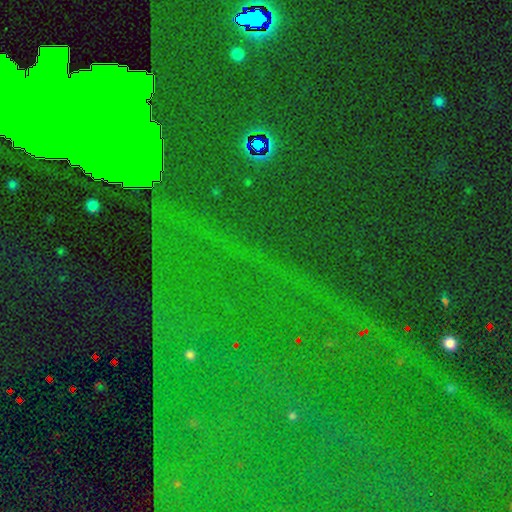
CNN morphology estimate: A star or artifact, not a galaxy (83%).

Vote fractions:
- Smooth or featured? star or artifact: 83% / smooth: 9% / featured or disk: 8%